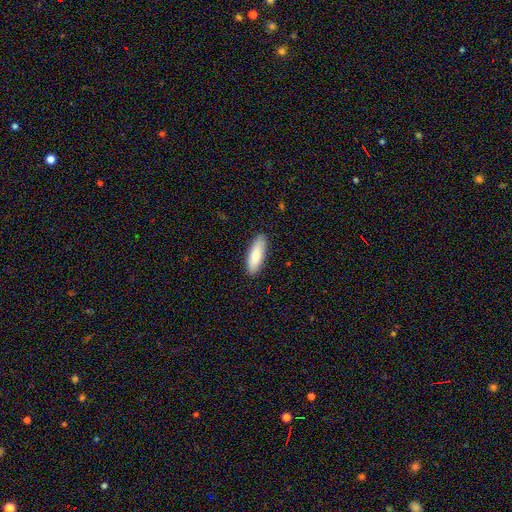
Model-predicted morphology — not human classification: smooth 83%, featured or disk 12%, star or artifact 5%. Down the decision tree: how rounded — in between (55%); merging — none (88%).